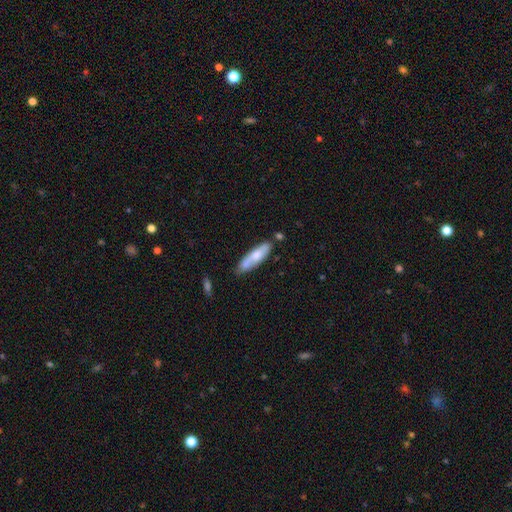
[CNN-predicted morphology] A smooth galaxy with no disk features (61%) that is cigar-shaped (67%).

Vote fractions:
- Smooth or featured? smooth: 61% / featured or disk: 33% / star or artifact: 6%
- How rounded? cigar-shaped: 67% / in between: 31% / round: 2%
- Merging? none: 67% / minor disturbance: 20% / merger: 9% / major disturbance: 4%